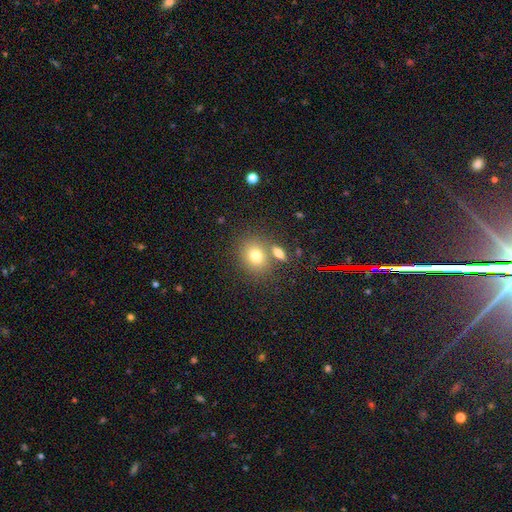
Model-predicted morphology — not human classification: Overall: smooth (77%). How rounded: round (62%; in between 37%). Merging: none (62%; merger 24%).